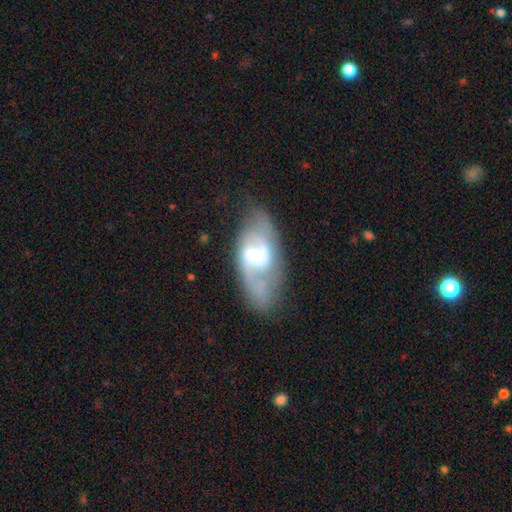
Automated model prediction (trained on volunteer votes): Smooth or featured? Predicted: featured or disk (p=0.81). Edge-on disk? Predicted: no (p=0.95). Bar? Predicted: weak (p=0.55). Spiral arms? Predicted: yes (p=0.92). Spiral winding? Predicted: medium (p=0.48). Spiral arm count? Predicted: 2 (p=0.80). Bulge size? Predicted: moderate (p=0.57). Merging? Predicted: none (p=0.70).